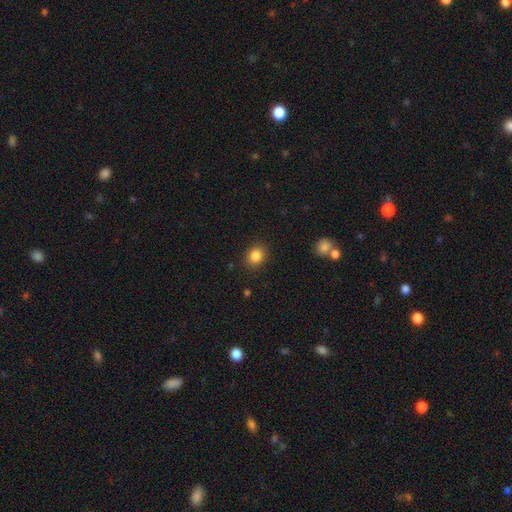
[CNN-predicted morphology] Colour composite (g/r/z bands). It shows a smooth galaxy with no disk features (85%) that is round (61%). Merging: none (88%).